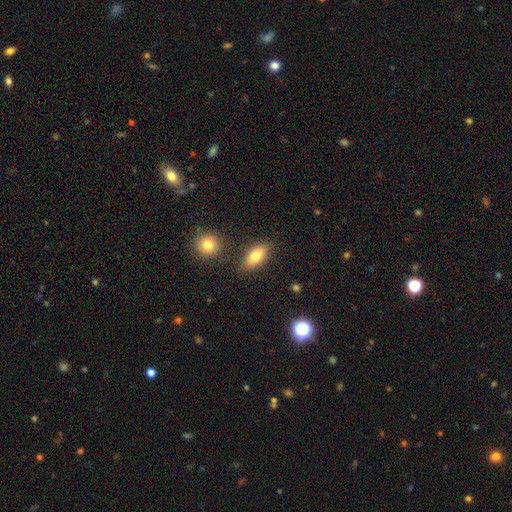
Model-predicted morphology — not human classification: The model was most divided on "smooth or featured": smooth: 76%, featured or disk: 16%, star or artifact: 8%. More confident: how rounded — in between (85%); merging — none (80%).